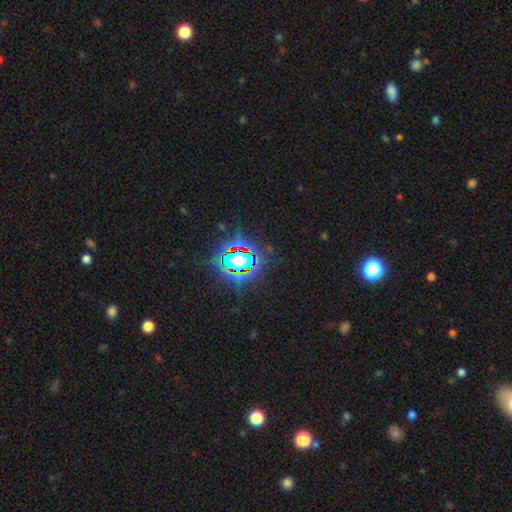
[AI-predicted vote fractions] Overall: star or artifact (81%).